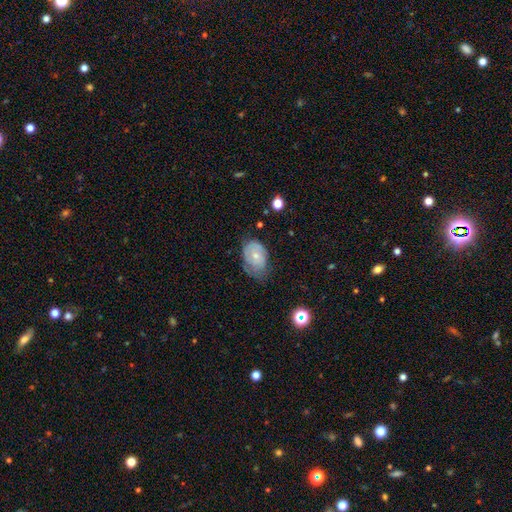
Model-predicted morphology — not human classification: The model was most divided on "merging": none: 43%, minor disturbance: 38%, major disturbance: 17%, merger: 2%. More confident: how rounded — in between (79%); smooth or featured — smooth (51%).